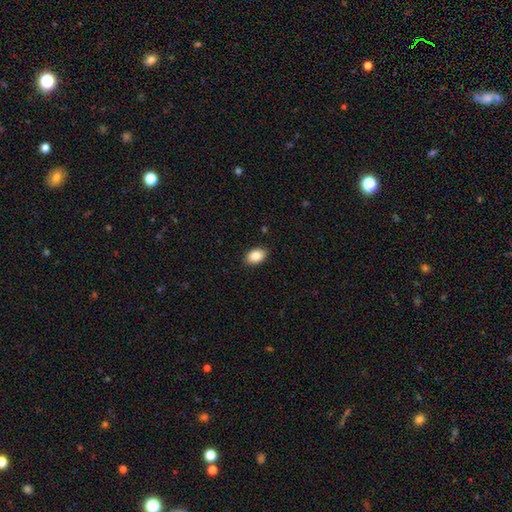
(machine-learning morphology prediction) Smooth or featured? Predicted: smooth (p=0.86). How rounded? Predicted: in between (p=0.88). Merging? Predicted: none (p=0.88).